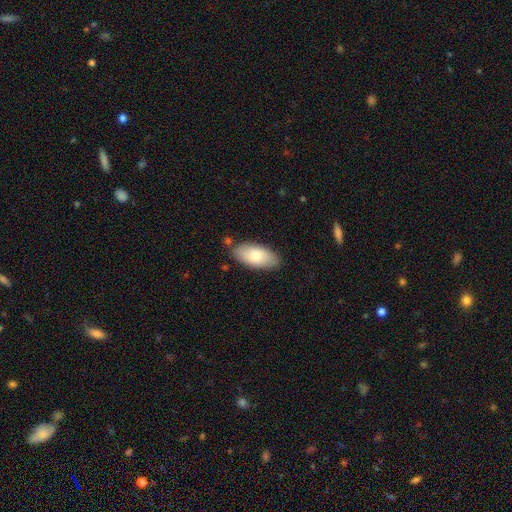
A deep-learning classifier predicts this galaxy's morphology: A smooth galaxy with no disk features (75%) that is in between round and cigar-shaped (92%). Merging: none (80%).